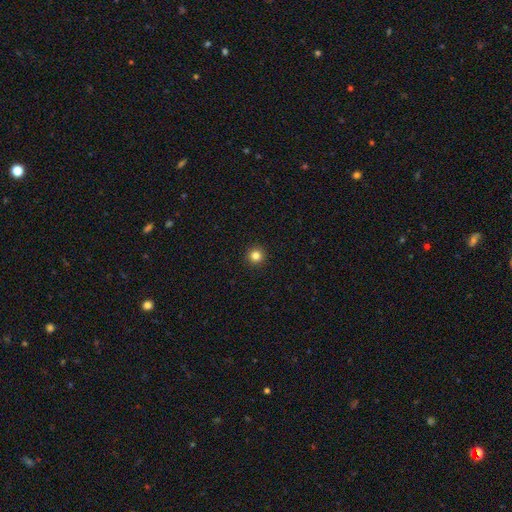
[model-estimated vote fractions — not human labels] Smooth or featured: smooth — 83% (star or artifact — 13%)
How rounded: round — 96% (in between — 3%)
Merging: none — 94% (minor disturbance — 4%)